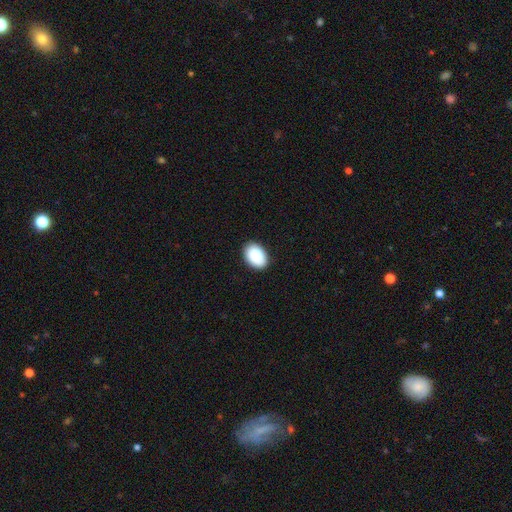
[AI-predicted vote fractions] This appears to be a smooth galaxy with no disk features (91%) that is in between round and cigar-shaped (86%). Merging: none (88%).